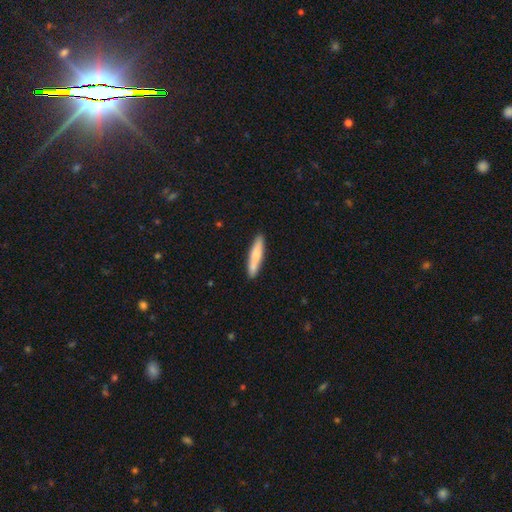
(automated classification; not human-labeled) The model was most divided on "smooth or featured": smooth: 75%, featured or disk: 20%, star or artifact: 5%. More confident: how rounded — cigar-shaped (89%); merging — none (87%).